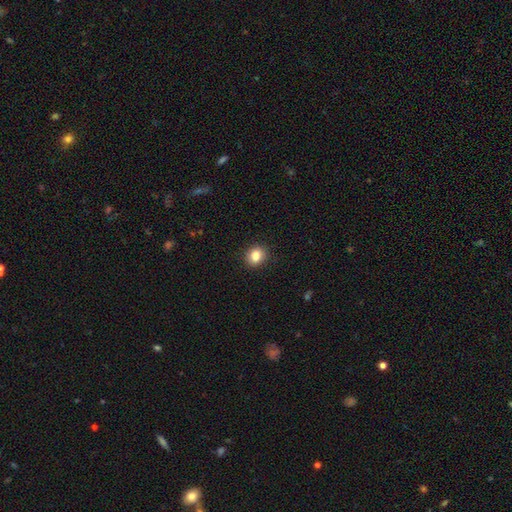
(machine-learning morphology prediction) smooth-or-featured: smooth: 84% | star or artifact: 10% | featured or disk: 6%
  how-rounded: round: 66% | in between: 33% | cigar-shaped: 1%
  merging: none: 90% | minor disturbance: 7% | major disturbance: 2% | merger: 1%